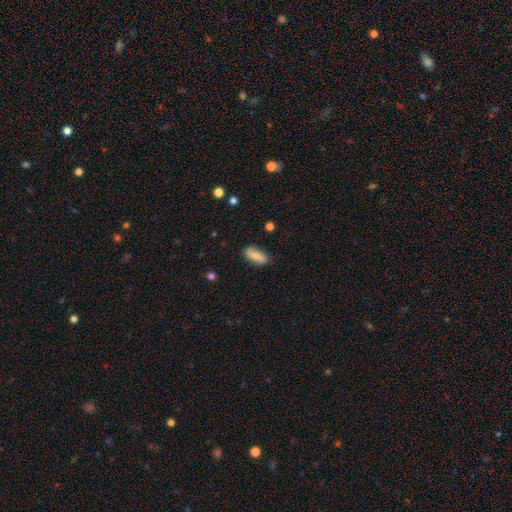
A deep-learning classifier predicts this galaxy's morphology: A smooth galaxy with no disk features (69%) that is in between round and cigar-shaped (80%). Merging: none (78%).